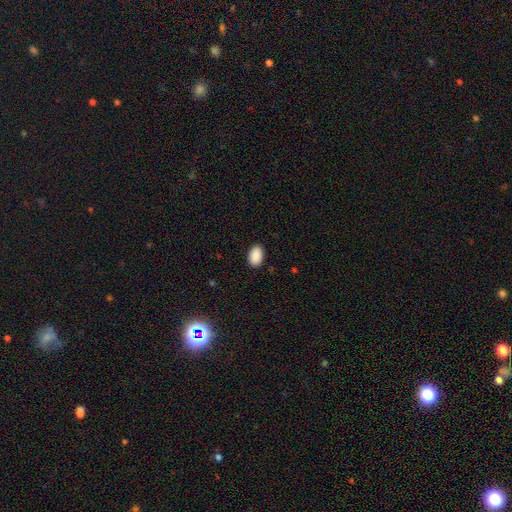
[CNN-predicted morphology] Smooth or featured: smooth — 90% (star or artifact — 7%)
How rounded: in between — 91% (round — 8%)
Merging: none — 88% (minor disturbance — 9%)